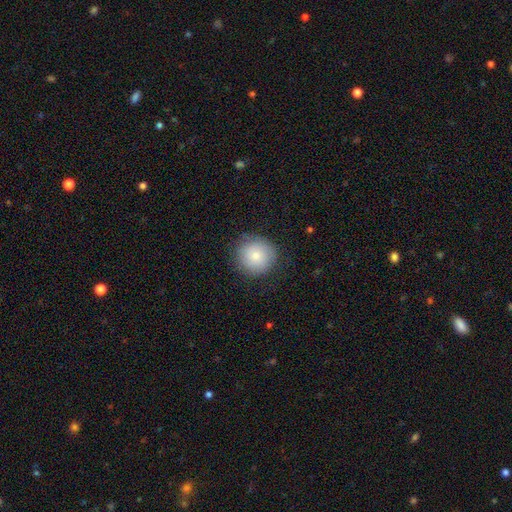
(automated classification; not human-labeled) A smooth galaxy with no disk features (81%) that is round (92%). Merging: none (83%).